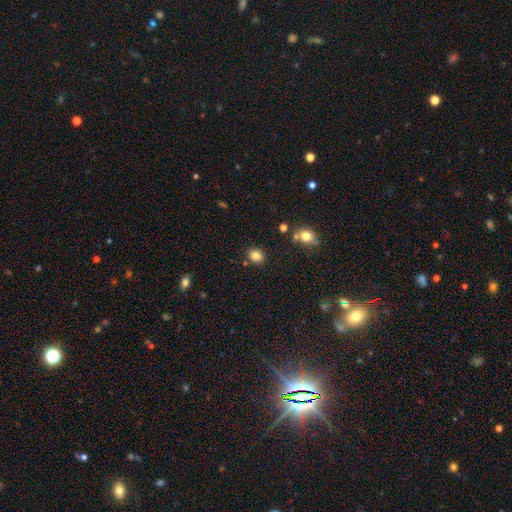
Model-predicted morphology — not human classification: This is clearly a smooth galaxy (84%). How rounded: likely round (69%). Merging: clearly none (84%).